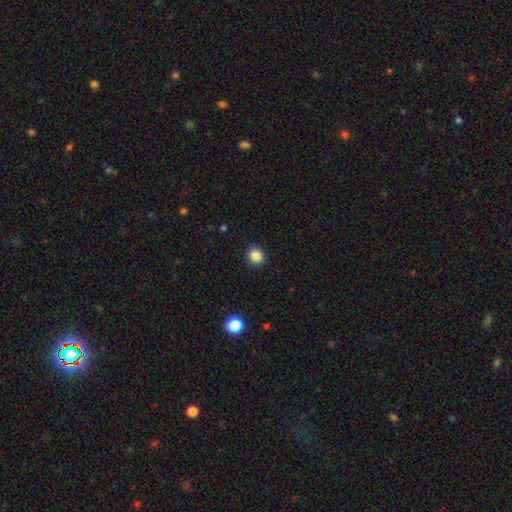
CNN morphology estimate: Smooth or featured?
  - smooth: 86% *
  - star or artifact: 10%
  - featured or disk: 4%
How rounded?
  - round: 70% *
  - in between: 29%
  - cigar-shaped: 1%
Merging?
  - none: 89% *
  - minor disturbance: 8%
  - major disturbance: 2%
  - merger: 1%